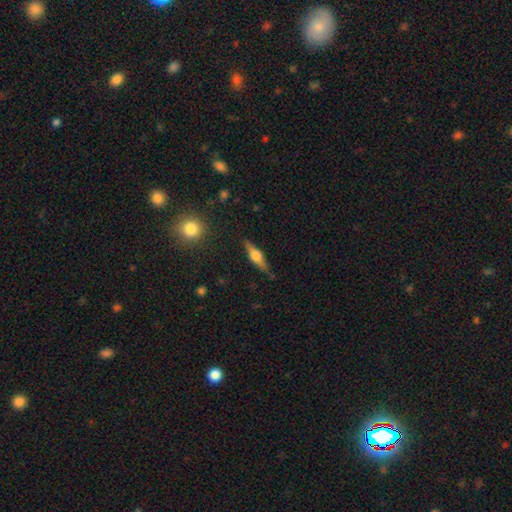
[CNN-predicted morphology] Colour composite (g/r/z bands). It shows a featured or disk galaxy (63%) viewed edge-on (96%) with a rounded central bulge (90%). Merging: none (84%).